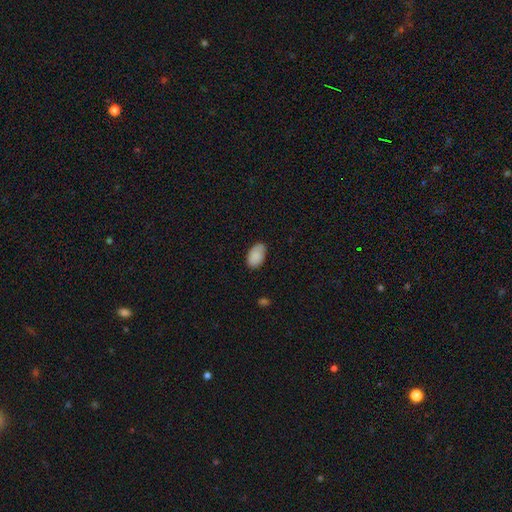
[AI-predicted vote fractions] Q: Smooth or featured?
A: smooth (87%); runner-up: star or artifact (7%)
Q: How rounded?
A: in between (92%); runner-up: round (7%)
Q: Merging?
A: none (73%); runner-up: minor disturbance (22%)